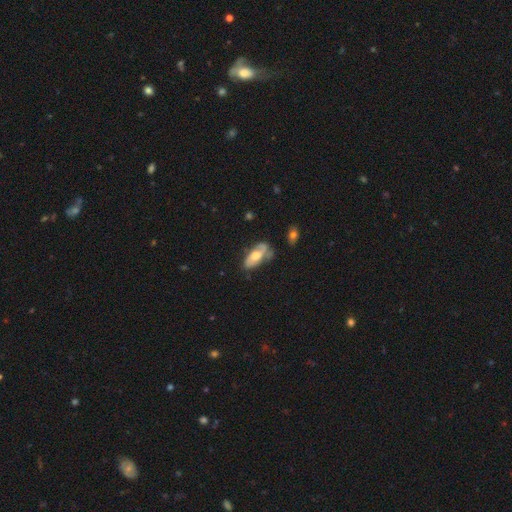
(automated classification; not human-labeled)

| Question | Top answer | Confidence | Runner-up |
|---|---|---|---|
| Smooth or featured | smooth | 49% | featured or disk (45%) |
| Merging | none | 45% | minor disturbance (30%) |